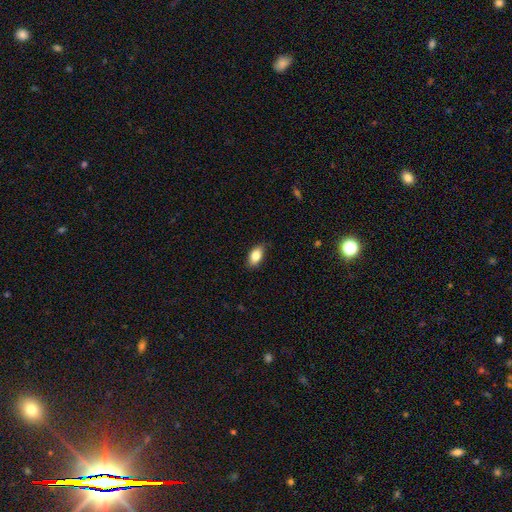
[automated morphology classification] smooth 82%, featured or disk 10%, star or artifact 7%. Down the decision tree: how rounded — in between (89%); merging — none (84%).